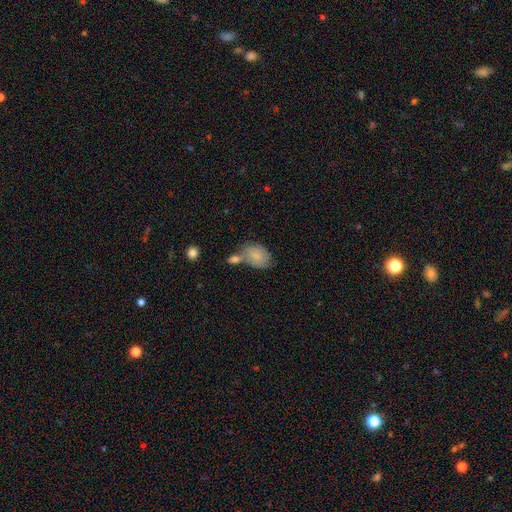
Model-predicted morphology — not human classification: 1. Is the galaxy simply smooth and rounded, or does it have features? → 76% smooth, 17% featured or disk, 7% star or artifact.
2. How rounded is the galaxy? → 78% in between, 21% round, 1% cigar-shaped.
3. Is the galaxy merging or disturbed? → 40% none, 32% merger, 20% minor disturbance, 8% major disturbance.